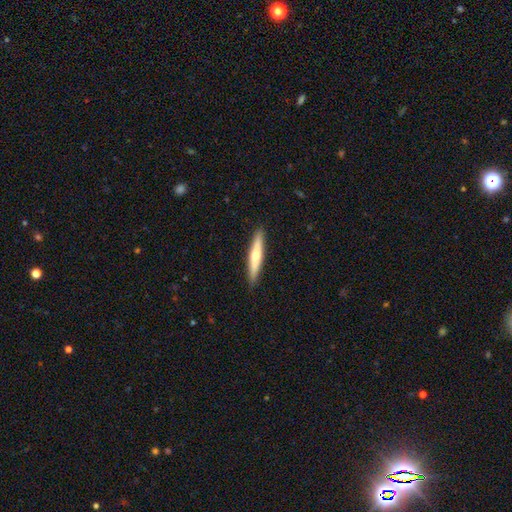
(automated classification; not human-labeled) Smooth or featured? smooth (50%)
Merging? none (91%)